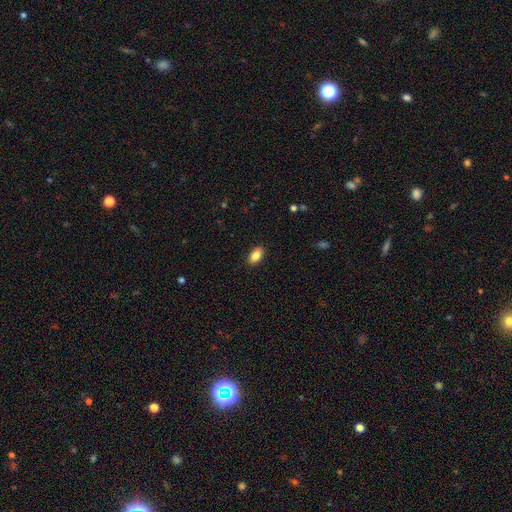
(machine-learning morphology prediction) A smooth galaxy with no disk features (85%) that is in between round and cigar-shaped (91%).

Vote fractions:
- Smooth or featured? smooth: 85% / star or artifact: 8% / featured or disk: 7%
- How rounded? in between: 91% / round: 6% / cigar-shaped: 3%
- Merging? none: 89% / minor disturbance: 8% / major disturbance: 2% / merger: 1%